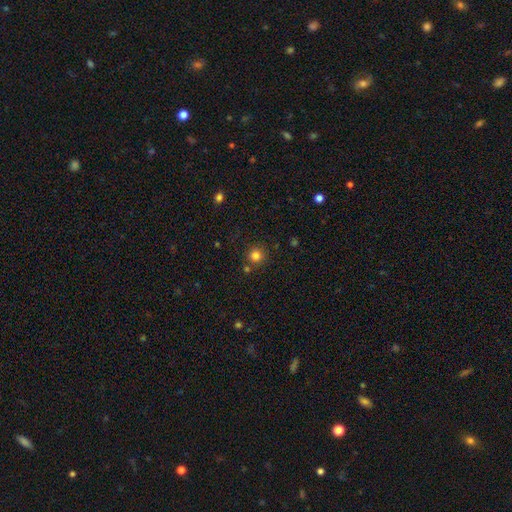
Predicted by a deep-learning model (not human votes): Morphology: type=smooth (81%); roundness=round (93%); merging=none (81%).